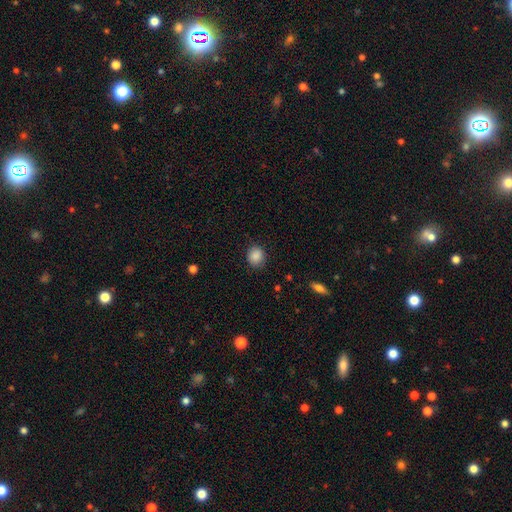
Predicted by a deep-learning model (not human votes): This is clearly a smooth galaxy (88%). How rounded: likely round (79%). Merging: clearly none (86%).